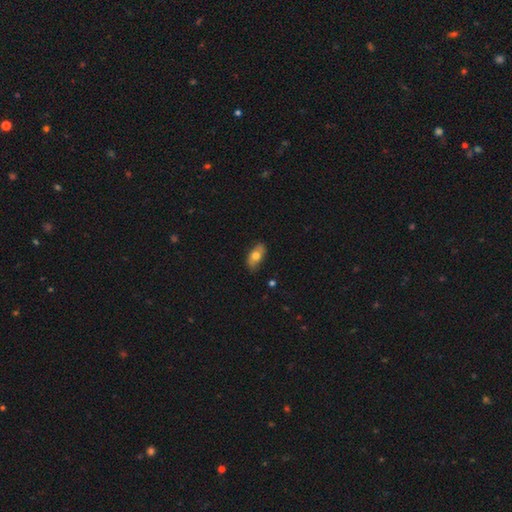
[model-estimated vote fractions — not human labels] smooth_or_featured: smooth (p=0.69) [alt: featured or disk p=0.24]
how_rounded: in between (p=0.90) [alt: cigar-shaped p=0.05]
merging: none (p=0.80) [alt: minor disturbance p=0.16]